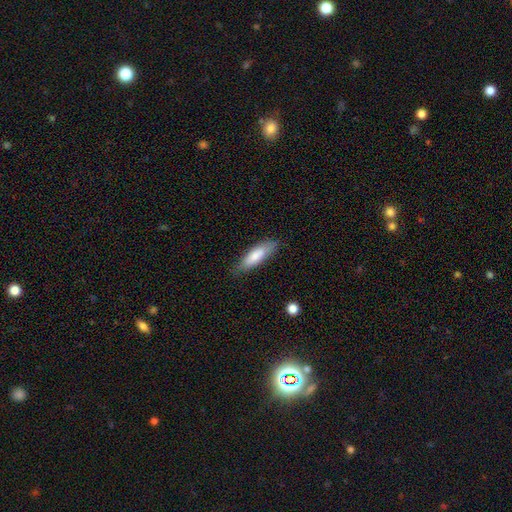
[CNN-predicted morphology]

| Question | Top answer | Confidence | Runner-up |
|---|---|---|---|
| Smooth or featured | smooth | 78% | featured or disk (16%) |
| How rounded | cigar-shaped | 54% | in between (44%) |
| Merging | none | 81% | minor disturbance (15%) |